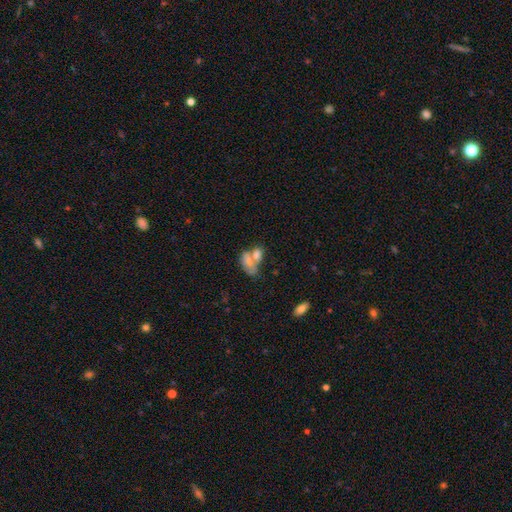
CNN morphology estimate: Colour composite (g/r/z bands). It shows a smooth galaxy with no disk features (71%) that is in between round and cigar-shaped (85%). Merging: merger (61%).